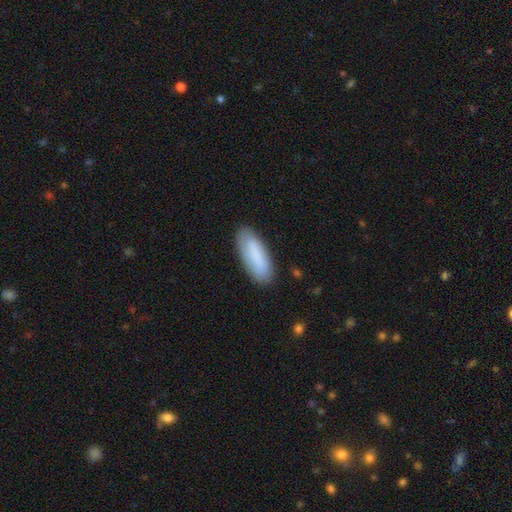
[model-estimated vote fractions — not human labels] smooth_or_featured: smooth (p=0.76) [alt: featured or disk p=0.18]
how_rounded: in between (p=0.68) [alt: cigar-shaped p=0.30]
merging: none (p=0.81) [alt: minor disturbance p=0.15]